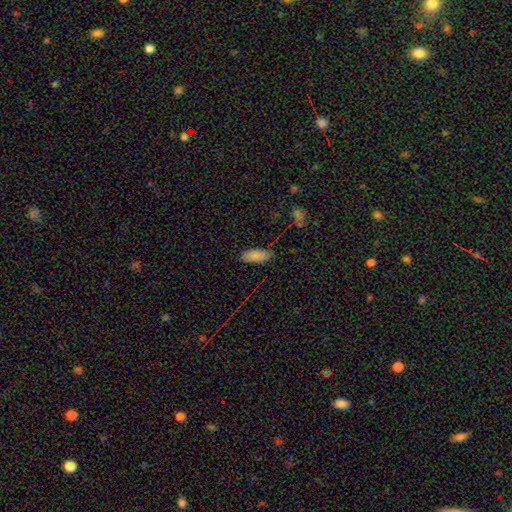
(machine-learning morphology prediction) Smooth or featured? smooth (86%)
How rounded? in between (81%)
Merging? none (84%)